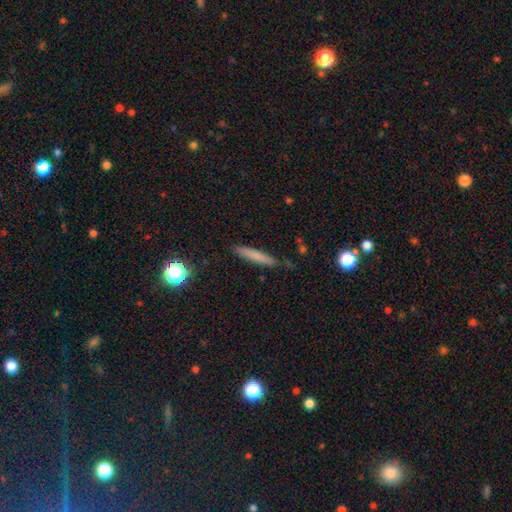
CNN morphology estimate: Q: Smooth or featured?
A: smooth (73%); runner-up: featured or disk (19%)
Q: How rounded?
A: cigar-shaped (92%); runner-up: in between (6%)
Q: Merging?
A: none (85%); runner-up: minor disturbance (11%)